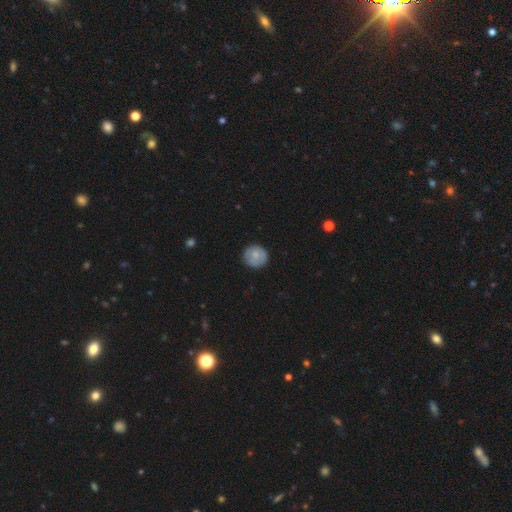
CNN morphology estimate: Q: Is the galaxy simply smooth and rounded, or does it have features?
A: smooth — 72%.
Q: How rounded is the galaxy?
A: round — 88%.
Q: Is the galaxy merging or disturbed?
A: none — 81%.